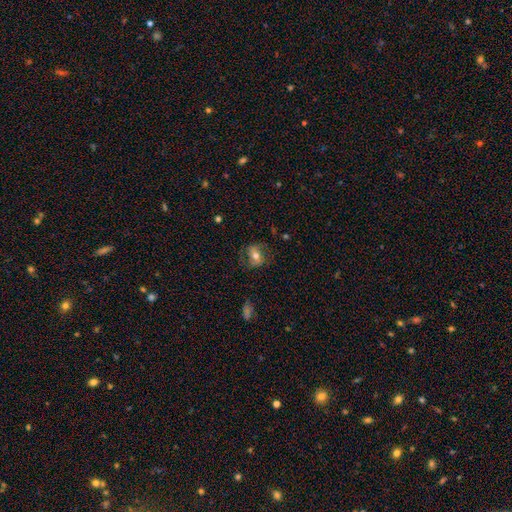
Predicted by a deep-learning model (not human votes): Smooth or featured? Predicted: smooth (p=0.47). Merging? Predicted: none (p=0.69).